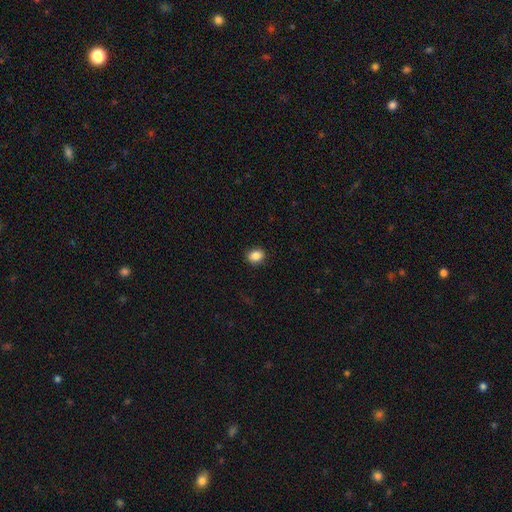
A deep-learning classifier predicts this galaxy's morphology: A smooth galaxy with no disk features (86%) that is round (52%).

Vote fractions:
- Smooth or featured? smooth: 86% / star or artifact: 9% / featured or disk: 5%
- How rounded? round: 52% / in between: 47% / cigar-shaped: 1%
- Merging? none: 90% / minor disturbance: 7% / major disturbance: 2% / merger: 1%